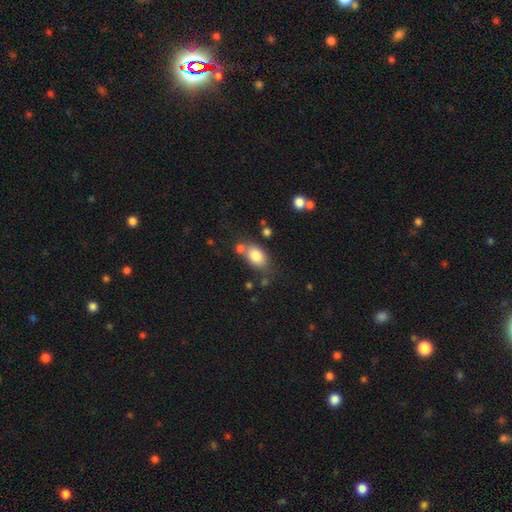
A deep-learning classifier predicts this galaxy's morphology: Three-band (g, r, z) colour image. It shows a smooth galaxy with no disk features (81%) that is in between round and cigar-shaped (82%). Merging: none (62%).